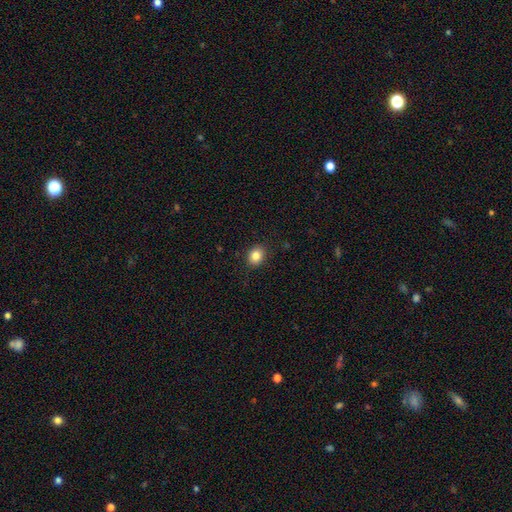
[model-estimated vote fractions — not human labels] Overall: smooth (84%). How rounded: round (54%; in between 45%). Merging: none (89%).